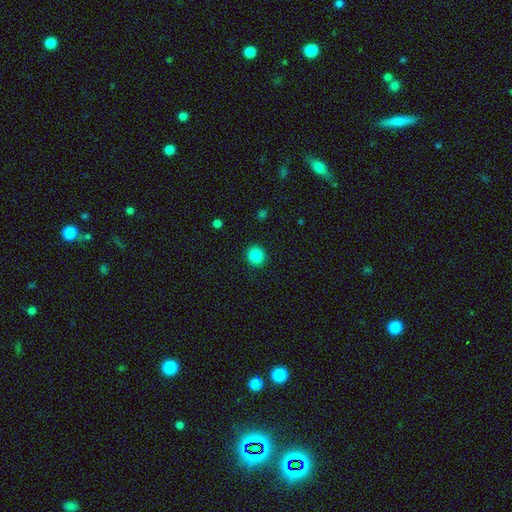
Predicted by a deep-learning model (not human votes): Overall: smooth (86%). How rounded: round (91%). Merging: none (91%).